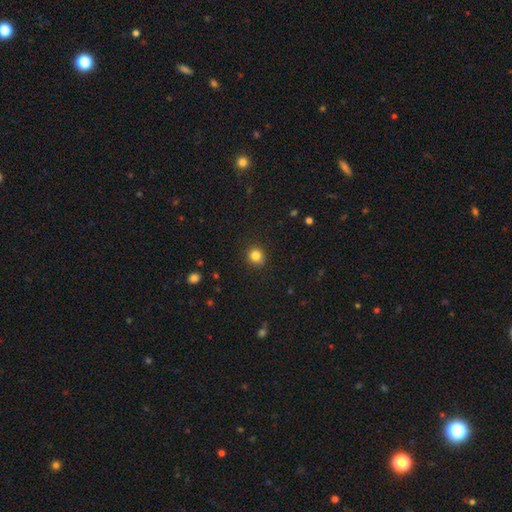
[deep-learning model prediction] Q: Smooth or featured?
A: smooth (84%); runner-up: star or artifact (12%)
Q: How rounded?
A: round (84%); runner-up: in between (15%)
Q: Merging?
A: none (89%); runner-up: minor disturbance (7%)